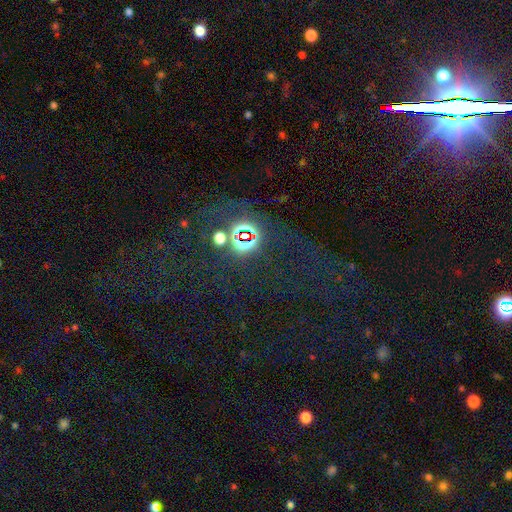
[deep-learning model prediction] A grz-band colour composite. It shows a star or artifact, not a galaxy (74%).